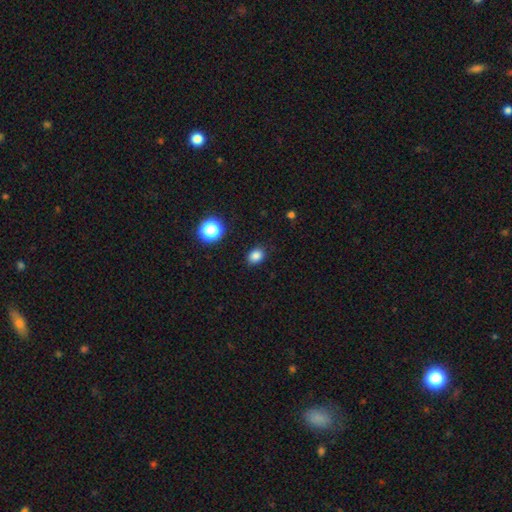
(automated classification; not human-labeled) Smooth or featured?
  - smooth: 83% *
  - star or artifact: 13%
  - featured or disk: 4%
How rounded?
  - in between: 61% *
  - round: 38%
  - cigar-shaped: 1%
Merging?
  - none: 87% *
  - minor disturbance: 9%
  - major disturbance: 2%
  - merger: 1%